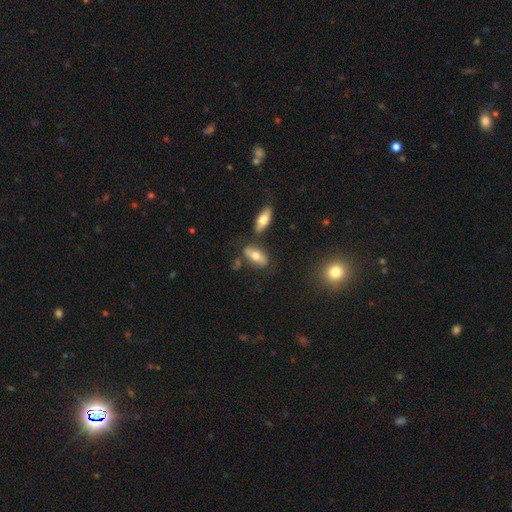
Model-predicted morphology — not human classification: Smooth or featured: smooth — 59% (featured or disk — 32%)
How rounded: in between — 79% (cigar-shaped — 16%)
Merging: none — 65% (minor disturbance — 17%)